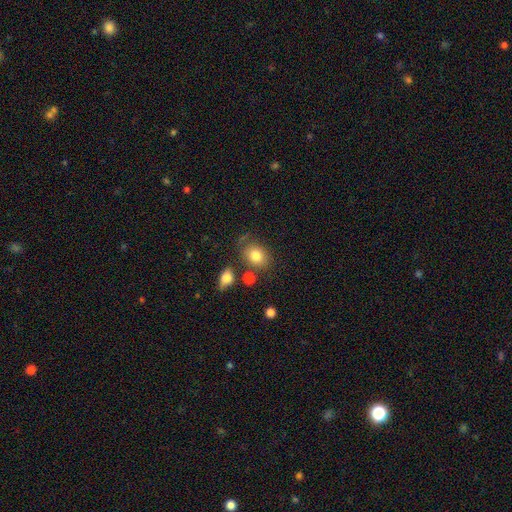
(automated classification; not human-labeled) This appears to be a smooth galaxy with no disk features (80%) that is in between round and cigar-shaped (56%). Merging: none (69%).